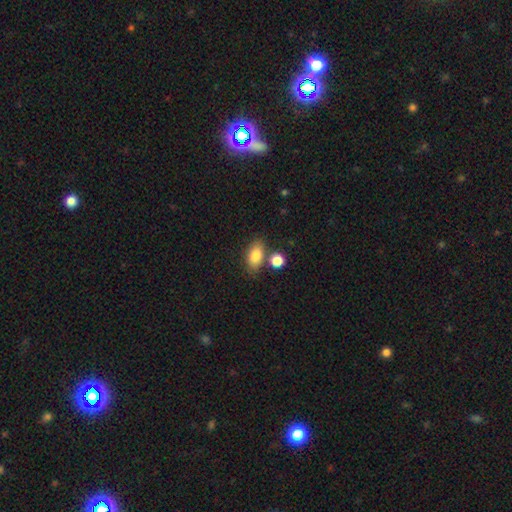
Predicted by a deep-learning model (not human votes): This appears to be a smooth galaxy with no disk features (83%) that is in between round and cigar-shaped (86%). Merging: none (64%).